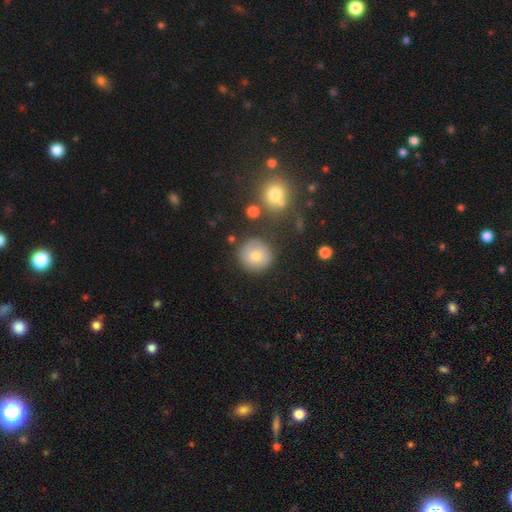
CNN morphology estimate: Smooth or featured?
  - smooth: 77% *
  - featured or disk: 14%
  - star or artifact: 9%
How rounded?
  - round: 94% *
  - in between: 5%
  - cigar-shaped: 1%
Merging?
  - none: 82% *
  - minor disturbance: 11%
  - merger: 4%
  - major disturbance: 4%